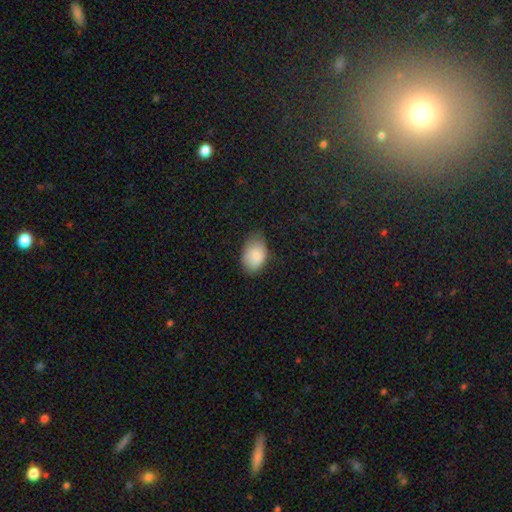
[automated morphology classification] The model was most divided on "merging": none: 62%, minor disturbance: 30%, major disturbance: 6%, merger: 1%. More confident: smooth or featured — smooth (84%); how rounded — in between (84%).